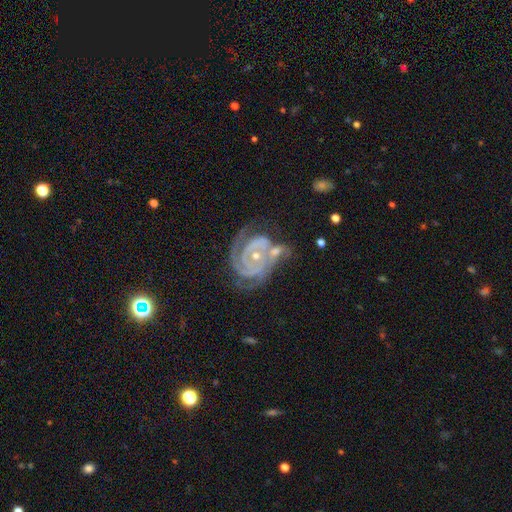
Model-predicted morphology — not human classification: Smooth or featured?
  - featured or disk: 90% *
  - smooth: 5%
  - star or artifact: 5%
Edge-on disk?
  - no: 98% *
  - yes: 2%
Bar?
  - no: 71% *
  - weak: 22%
  - strong: 7%
Spiral arms?
  - yes: 97% *
  - no: 3%
Spiral winding?
  - tight: 73% *
  - medium: 23%
  - loose: 4%
Spiral arm count?
  - 2: 41% *
  - 3: 28%
  - can't tell: 14%
  - 4: 6%
  - 1: 6%
  - more than 4: 5%
Bulge size?
  - small: 55% *
  - moderate: 41%
  - large: 2%
  - none: 1%
  - dominant: 1%
Merging?
  - none: 37% *
  - merger: 31%
  - minor disturbance: 18%
  - major disturbance: 13%